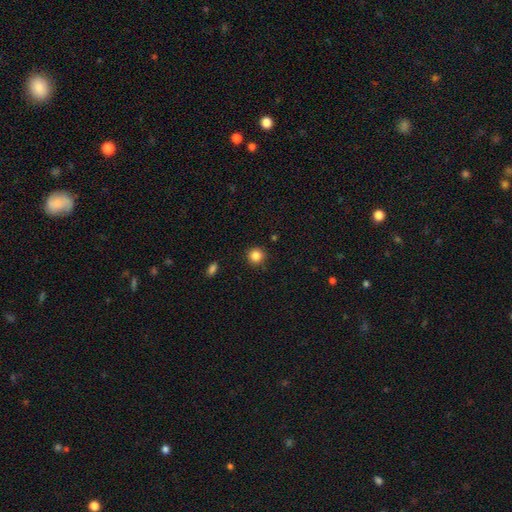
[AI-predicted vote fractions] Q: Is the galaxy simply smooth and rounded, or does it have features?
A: smooth — 85%.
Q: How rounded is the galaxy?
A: round — 94%.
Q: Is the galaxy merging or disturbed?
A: none — 90%.